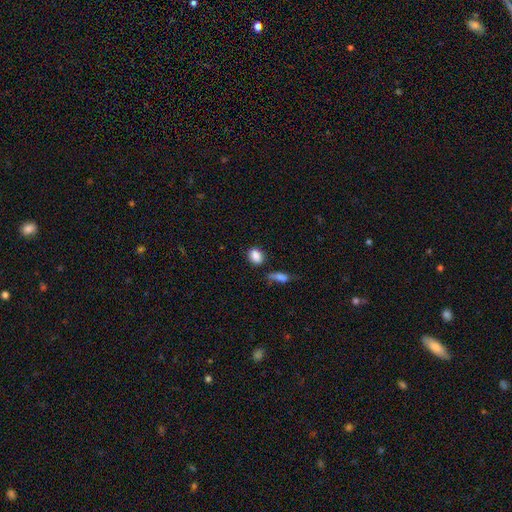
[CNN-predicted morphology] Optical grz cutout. It shows a smooth galaxy with no disk features (86%) that is in between round and cigar-shaped (68%). Merging: none (76%).